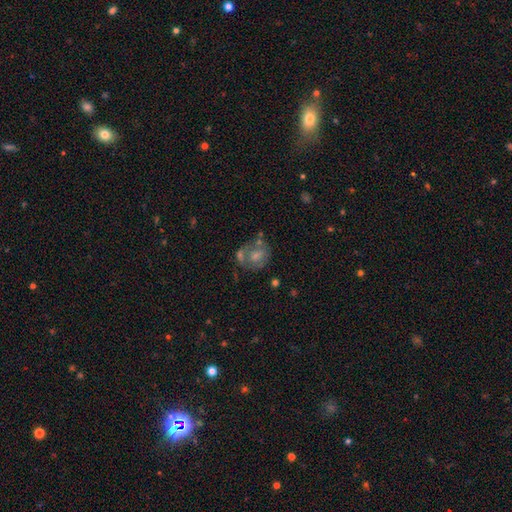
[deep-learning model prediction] Smooth or featured? smooth (50%)
How rounded? round (61%)
Merging? none (38%)